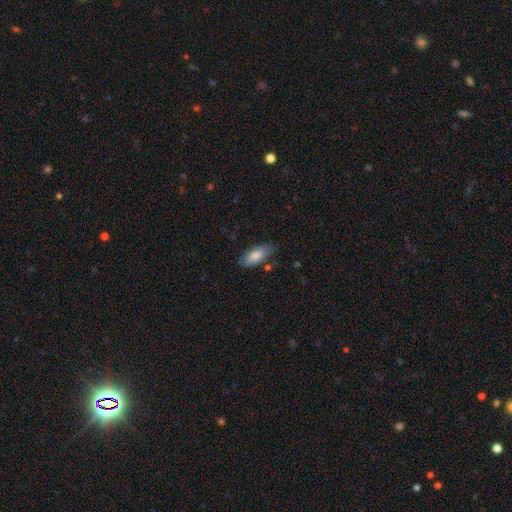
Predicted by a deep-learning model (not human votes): The model was most divided on "merging": none: 72%, minor disturbance: 21%, major disturbance: 4%, merger: 3%. More confident: how rounded — in between (85%); smooth or featured — smooth (79%).